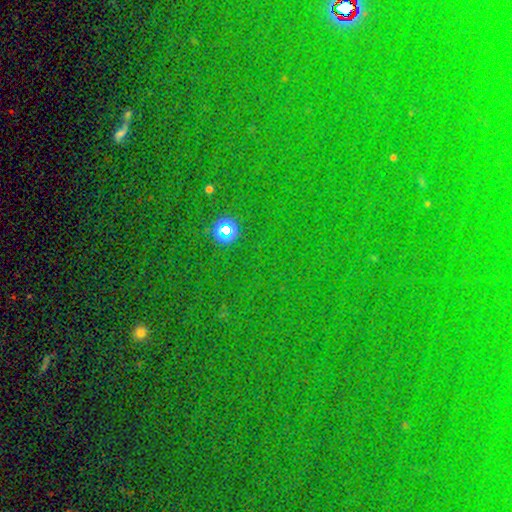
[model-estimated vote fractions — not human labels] A star or artifact, not a galaxy (80%).

Vote fractions:
- Smooth or featured? star or artifact: 80% / smooth: 13% / featured or disk: 7%